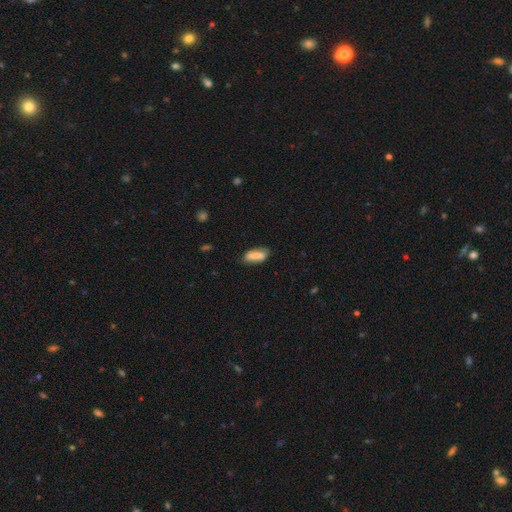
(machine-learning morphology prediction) type=smooth (77%); roundness=in between (65%); merging=none (72%).